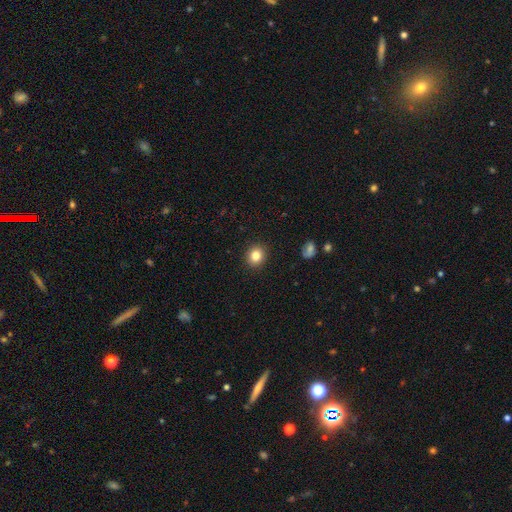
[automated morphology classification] smooth-or-featured: smooth: 83% | star or artifact: 11% | featured or disk: 6%
  how-rounded: round: 81% | in between: 18% | cigar-shaped: 1%
  merging: none: 91% | minor disturbance: 6% | major disturbance: 2% | merger: 1%